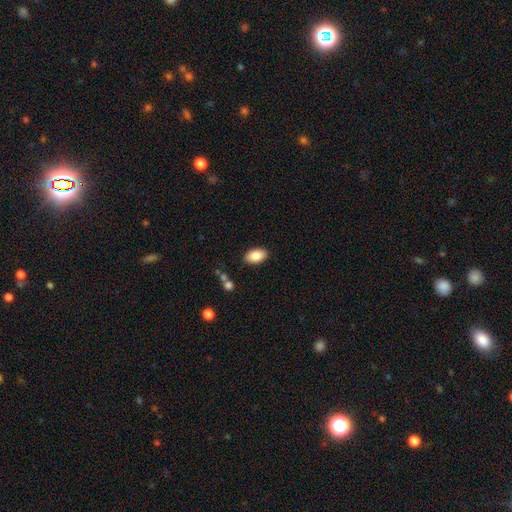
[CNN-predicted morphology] This appears to be a smooth galaxy with no disk features (87%) that is in between round and cigar-shaped (93%). Merging: none (87%).